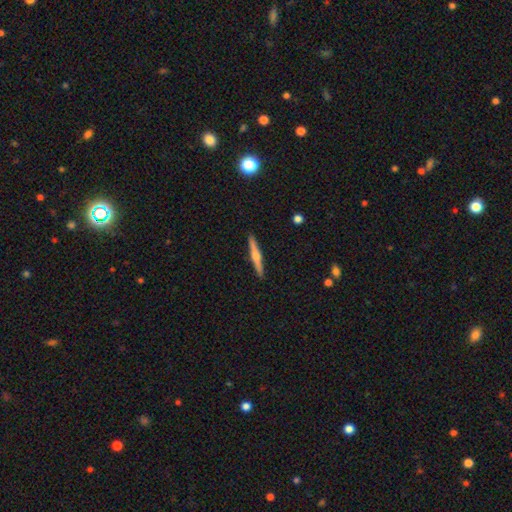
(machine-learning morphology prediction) featured or disk 68%, smooth 26%, star or artifact 6%. Down the decision tree: edge-on disk — yes (98%); edge-on bulge — rounded (90%); merging — none (92%).